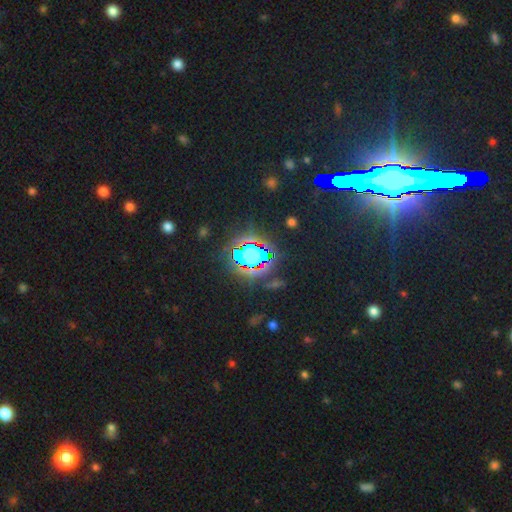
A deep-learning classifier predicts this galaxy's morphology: This is likely a star or artifact rather than a galaxy (73%).